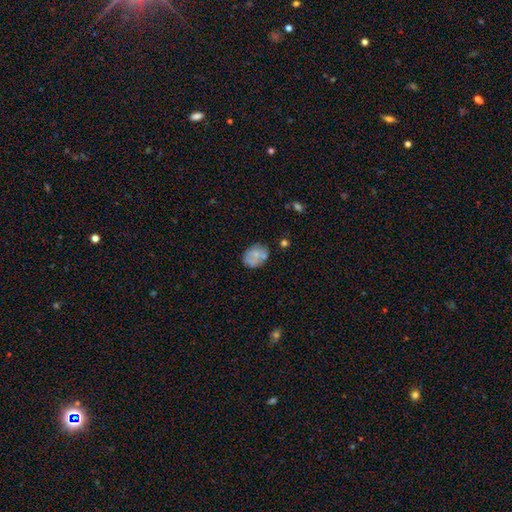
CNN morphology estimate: type=smooth (67%); roundness=in between (57%); merging=none (61%).